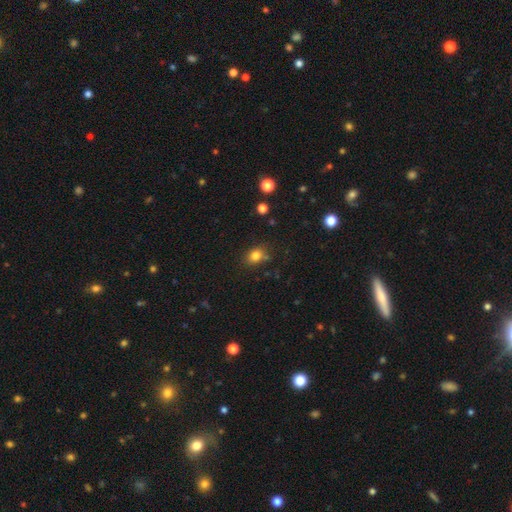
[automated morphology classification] A smooth galaxy with no disk features (81%) that is in between round and cigar-shaped (50%).

Vote fractions:
- Smooth or featured? smooth: 81% / star or artifact: 12% / featured or disk: 7%
- How rounded? in between: 50% / round: 48% / cigar-shaped: 1%
- Merging? none: 74% / minor disturbance: 16% / merger: 6% / major disturbance: 4%